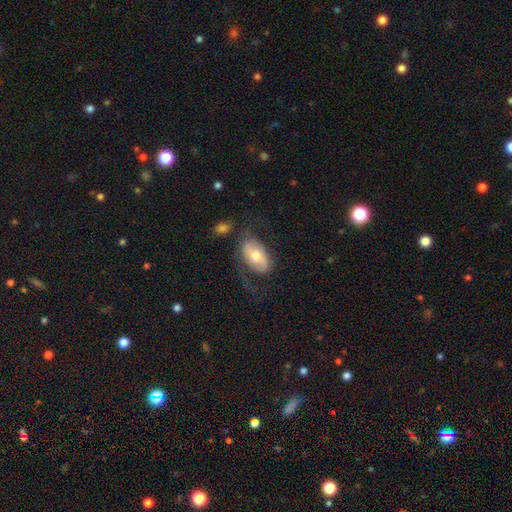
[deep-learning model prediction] A smooth galaxy with no disk features (47%, tied with featured or disk).

Vote fractions:
- Smooth or featured? smooth: 47% (tied) / featured or disk: 47% (tied) / star or artifact: 6%
- Merging? none: 54% / minor disturbance: 21% / major disturbance: 21% / merger: 4%